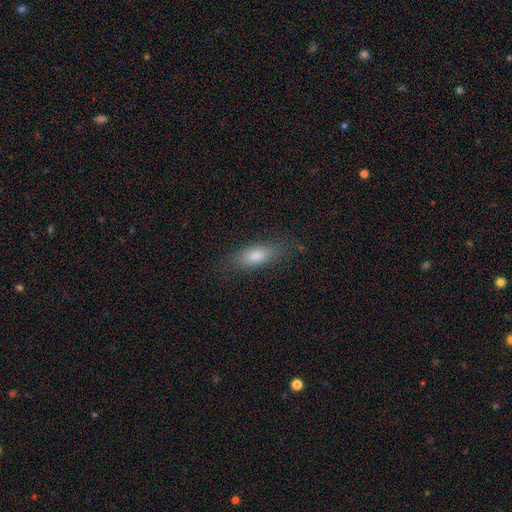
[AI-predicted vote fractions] The model was most divided on "how rounded": in between: 66%, cigar-shaped: 31%, round: 3%. More confident: merging — none (80%); smooth or featured — smooth (77%).